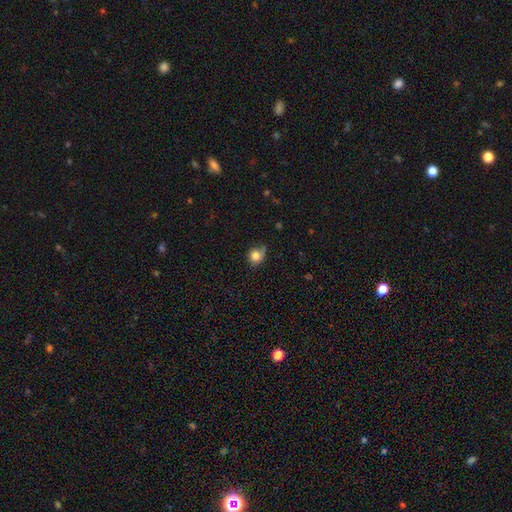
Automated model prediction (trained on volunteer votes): smooth_or_featured: smooth (p=0.81) [alt: star or artifact p=0.11]
how_rounded: round (p=0.77) [alt: in between p=0.22]
merging: none (p=0.54) [alt: minor disturbance p=0.33]